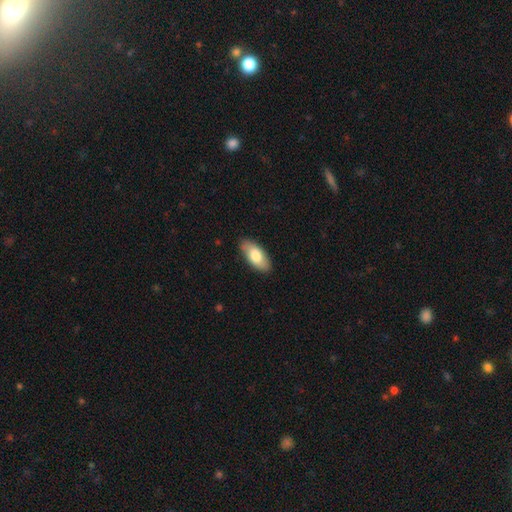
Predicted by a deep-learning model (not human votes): smooth 78%, featured or disk 17%, star or artifact 5%. Down the decision tree: how rounded — in between (88%); merging — none (86%).